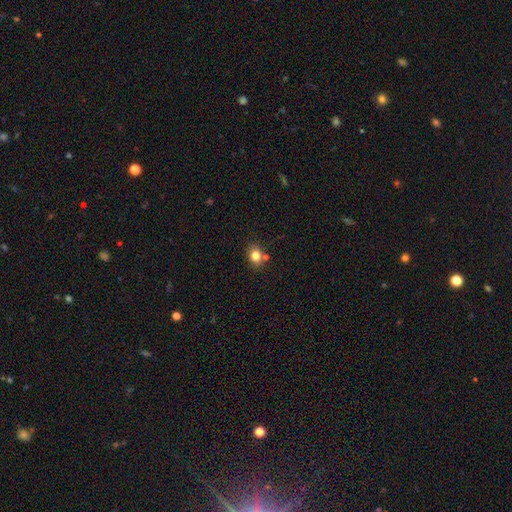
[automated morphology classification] Smooth or featured?
  - smooth: 80% *
  - star or artifact: 12%
  - featured or disk: 9%
How rounded?
  - round: 56% *
  - in between: 43%
  - cigar-shaped: 1%
Merging?
  - none: 71% *
  - merger: 13%
  - minor disturbance: 12%
  - major disturbance: 3%